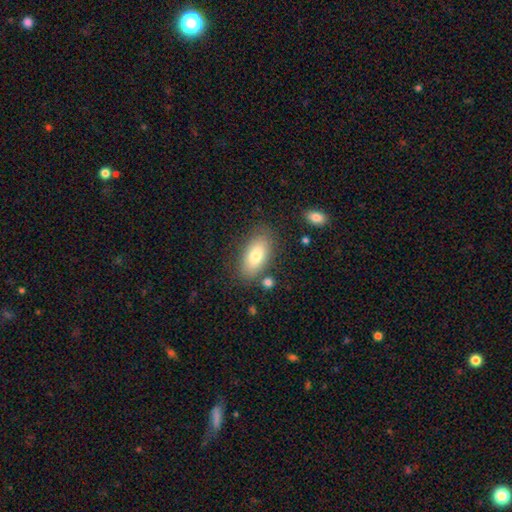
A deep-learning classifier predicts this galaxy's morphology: Smooth or featured? smooth (79%)
How rounded? in between (90%)
Merging? none (79%)